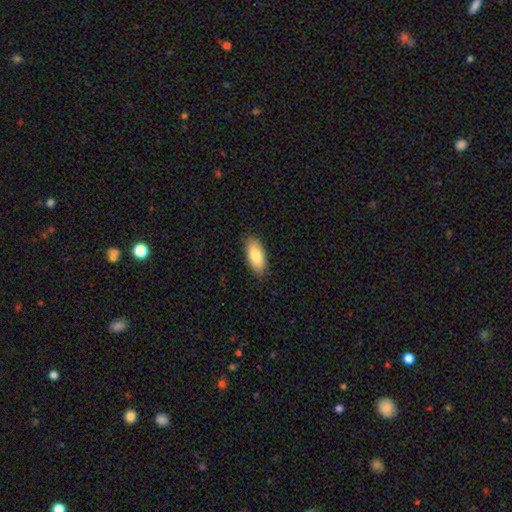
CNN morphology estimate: This is clearly a smooth galaxy (83%). How rounded: clearly in between (87%). Merging: clearly none (88%).